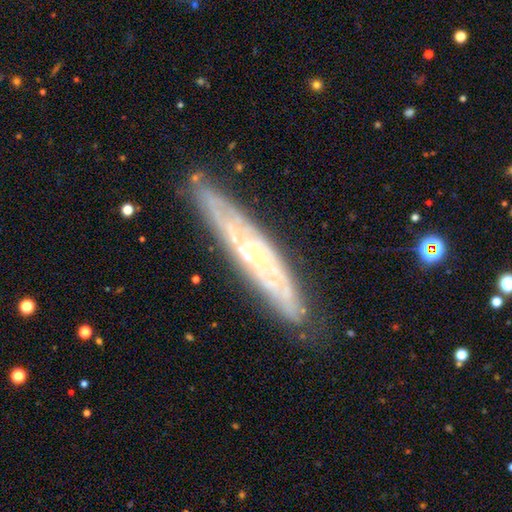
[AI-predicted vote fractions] This is likely a featured or disk galaxy (77%). It is possibly viewed edge-on (54%). Merging: clearly none (82%).